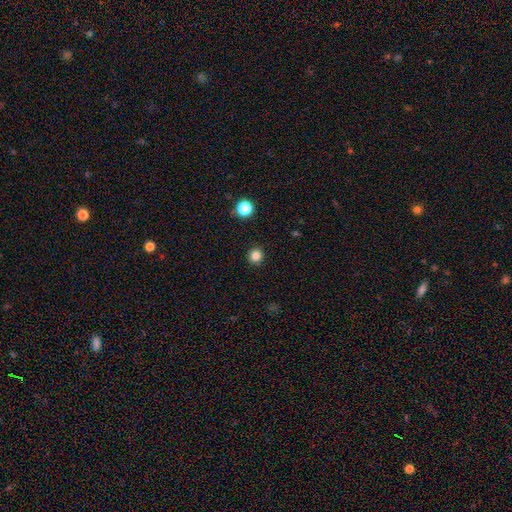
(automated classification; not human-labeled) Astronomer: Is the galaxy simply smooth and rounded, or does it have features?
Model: smooth — 84%.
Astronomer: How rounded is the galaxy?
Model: round — 94%.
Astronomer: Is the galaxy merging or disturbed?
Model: none — 92%.